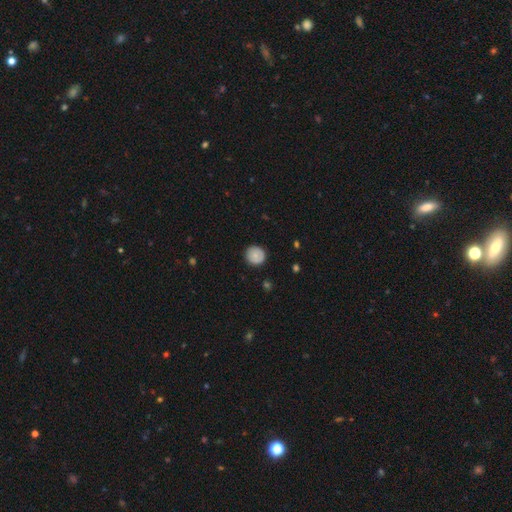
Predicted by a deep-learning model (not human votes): Smooth or featured?
  - smooth: 80% *
  - featured or disk: 13%
  - star or artifact: 7%
How rounded?
  - round: 92% *
  - in between: 7%
  - cigar-shaped: 1%
Merging?
  - none: 87% *
  - minor disturbance: 10%
  - major disturbance: 2%
  - merger: 1%